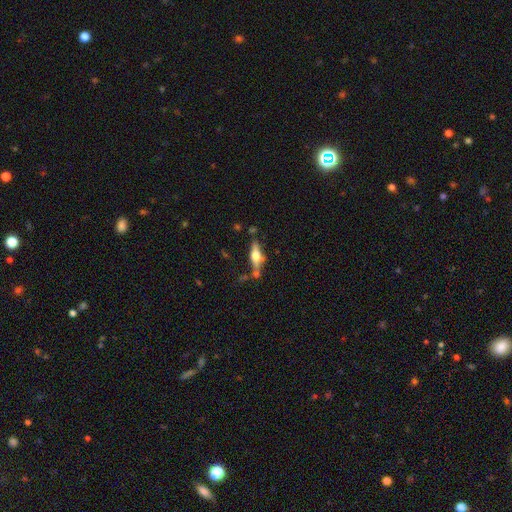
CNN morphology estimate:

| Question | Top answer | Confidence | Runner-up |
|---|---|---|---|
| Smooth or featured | featured or disk | 57% | smooth (36%) |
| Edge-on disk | yes | 89% | no (11%) |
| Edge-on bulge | rounded | 93% | boxy (5%) |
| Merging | none | 61% | minor disturbance (18%) |